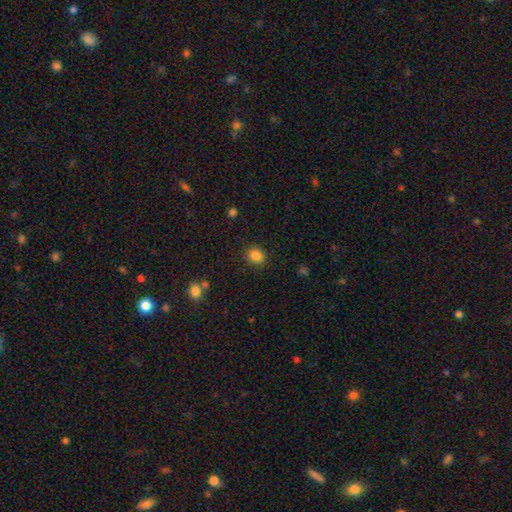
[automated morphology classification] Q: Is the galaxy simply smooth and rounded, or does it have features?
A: smooth — 85%.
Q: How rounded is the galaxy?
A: round — 74%.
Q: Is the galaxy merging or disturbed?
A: none — 89%.